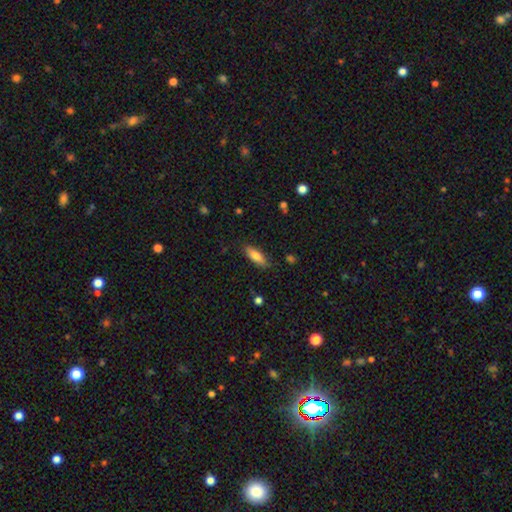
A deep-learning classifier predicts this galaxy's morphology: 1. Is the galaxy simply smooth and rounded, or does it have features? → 75% smooth, 18% featured or disk, 7% star or artifact.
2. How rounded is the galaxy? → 55% in between, 43% cigar-shaped, 2% round.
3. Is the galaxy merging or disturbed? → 80% none, 15% minor disturbance, 3% major disturbance, 2% merger.